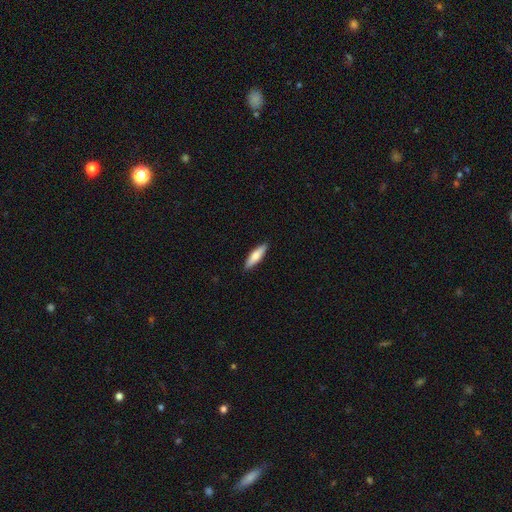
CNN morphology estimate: A smooth galaxy with no disk features (73%) that is cigar-shaped (65%). Merging: none (90%).